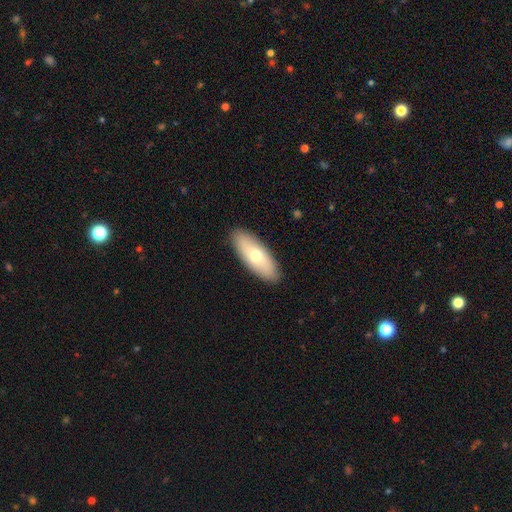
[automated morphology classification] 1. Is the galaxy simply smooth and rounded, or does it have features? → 68% smooth, 26% featured or disk, 6% star or artifact.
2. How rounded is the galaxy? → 76% in between, 22% cigar-shaped, 2% round.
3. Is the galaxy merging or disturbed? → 90% none, 8% minor disturbance, 2% major disturbance, 1% merger.